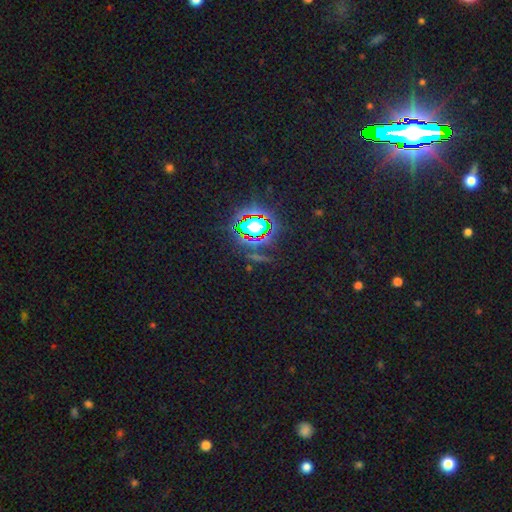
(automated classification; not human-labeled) Smooth or featured?
  - star or artifact: 77% *
  - smooth: 13%
  - featured or disk: 10%